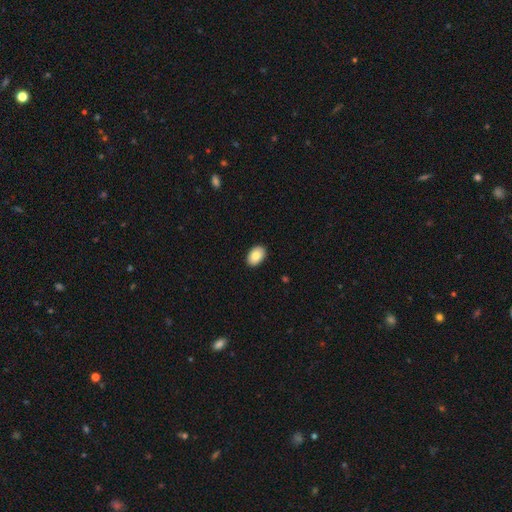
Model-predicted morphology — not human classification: The model was most divided on "smooth or featured": smooth: 84%, featured or disk: 9%, star or artifact: 7%. More confident: merging — none (91%); how rounded — in between (89%).